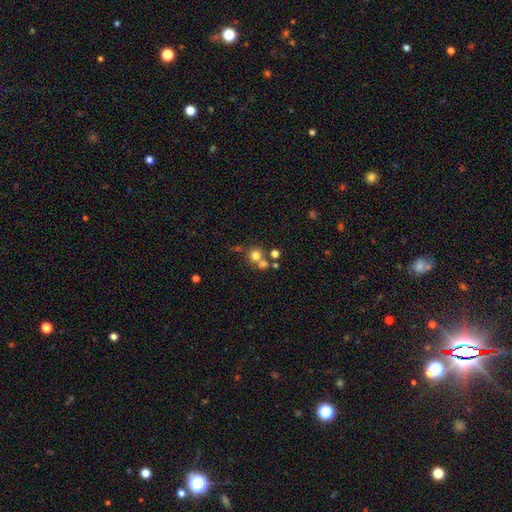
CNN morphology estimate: Smooth or featured? smooth (71%)
How rounded? round (88%)
Merging? none (52%)